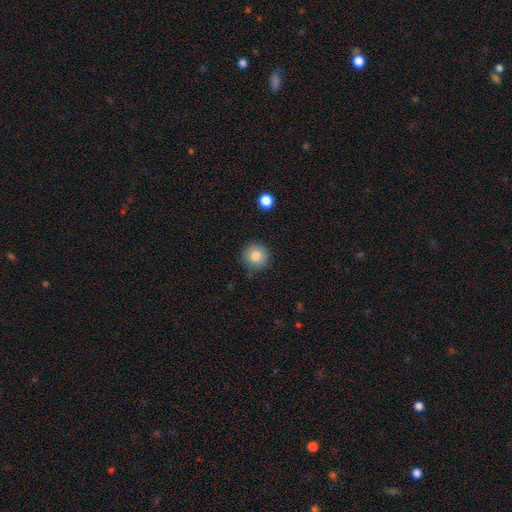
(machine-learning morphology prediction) Smooth or featured? Predicted: smooth (p=0.81). How rounded? Predicted: round (p=0.95). Merging? Predicted: none (p=0.83).